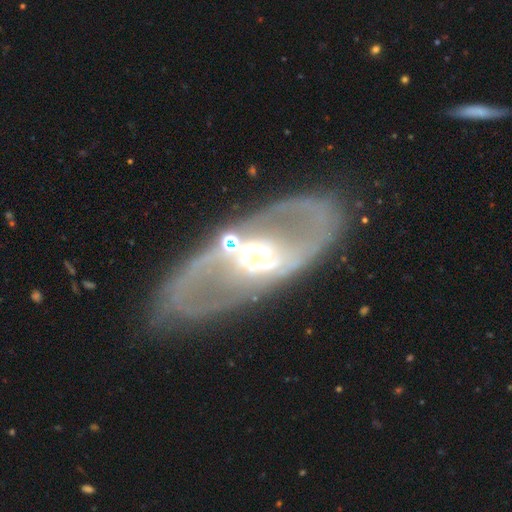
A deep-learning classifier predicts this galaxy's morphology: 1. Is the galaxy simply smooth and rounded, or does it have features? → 80% featured or disk, 13% smooth, 7% star or artifact.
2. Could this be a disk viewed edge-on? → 88% no, 12% yes.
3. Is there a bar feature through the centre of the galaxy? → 35% no (tied), 35% weak (tied), 30% strong.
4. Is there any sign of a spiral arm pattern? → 65% yes, 35% no.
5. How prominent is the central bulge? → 52% moderate, 29% small, 14% large, 3% none, 2% dominant.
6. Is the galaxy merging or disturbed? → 70% none, 15% minor disturbance, 10% major disturbance, 5% merger.